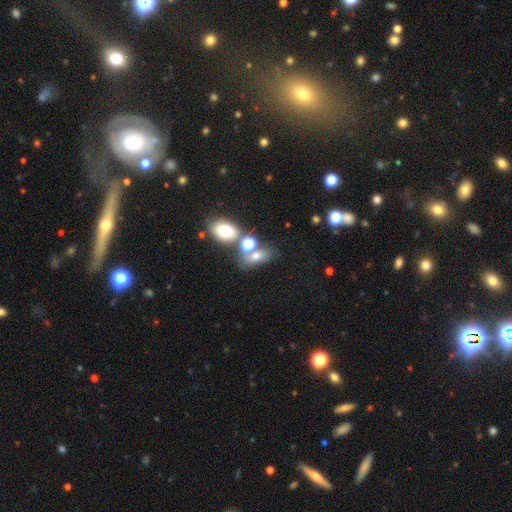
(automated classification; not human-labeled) This appears to be a smooth galaxy with no disk features (65%) that is in between round and cigar-shaped (70%). Merging: none (48%).